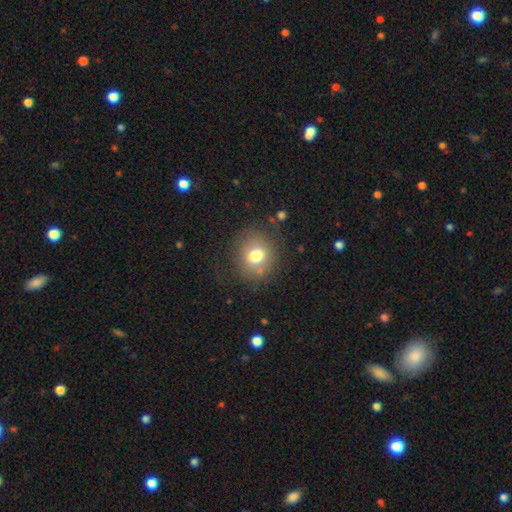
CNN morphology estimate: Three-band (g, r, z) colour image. It shows a smooth galaxy with no disk features (74%) that is round (79%). Merging: none (79%).